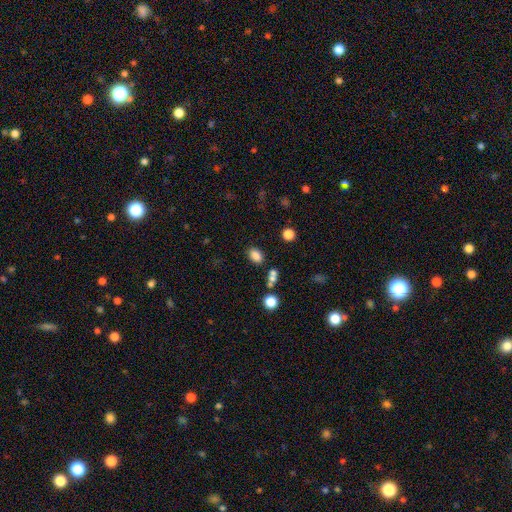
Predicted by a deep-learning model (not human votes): Smooth or featured? smooth (83%)
How rounded? in between (80%)
Merging? none (77%)